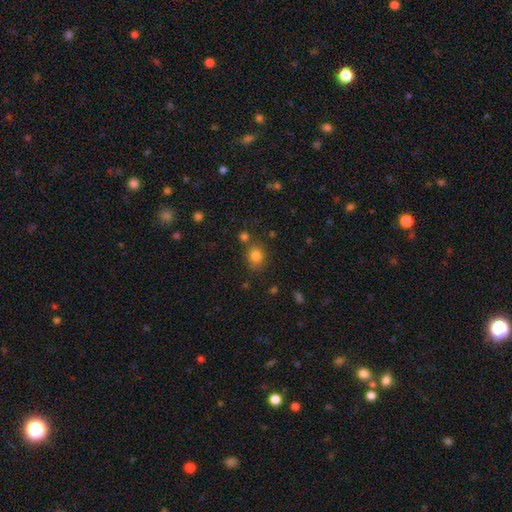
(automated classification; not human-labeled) The model was most divided on "how rounded": round: 66%, in between: 33%, cigar-shaped: 1%. More confident: smooth or featured — smooth (81%); merging — none (72%).